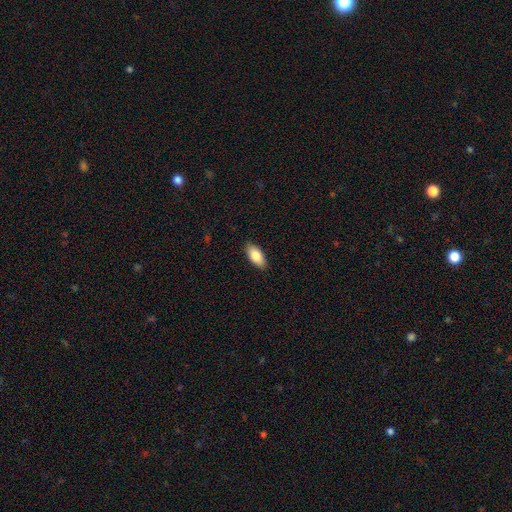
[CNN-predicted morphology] A smooth galaxy with no disk features (85%) that is in between round and cigar-shaped (91%). Merging: none (88%).